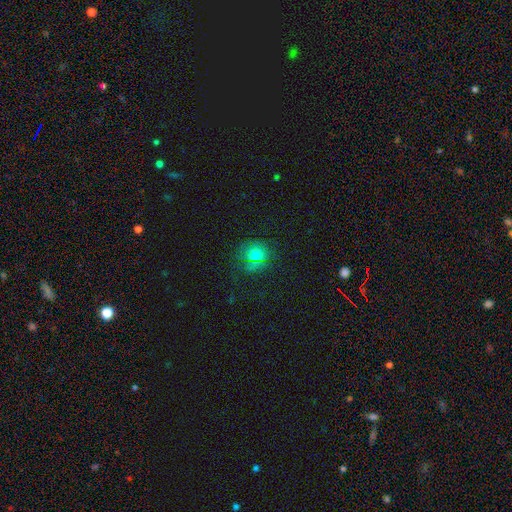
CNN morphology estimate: Q: Smooth or featured?
A: smooth (72%); runner-up: star or artifact (18%)
Q: How rounded?
A: round (81%); runner-up: in between (18%)
Q: Merging?
A: none (72%); runner-up: minor disturbance (17%)